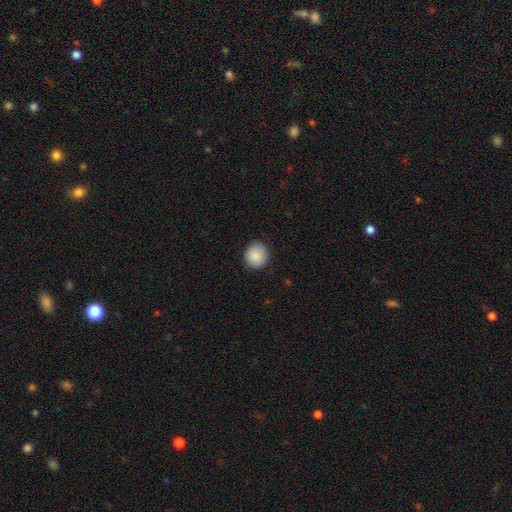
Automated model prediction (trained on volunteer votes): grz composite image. It shows a smooth galaxy with no disk features (89%) that is round (87%). Merging: none (87%).